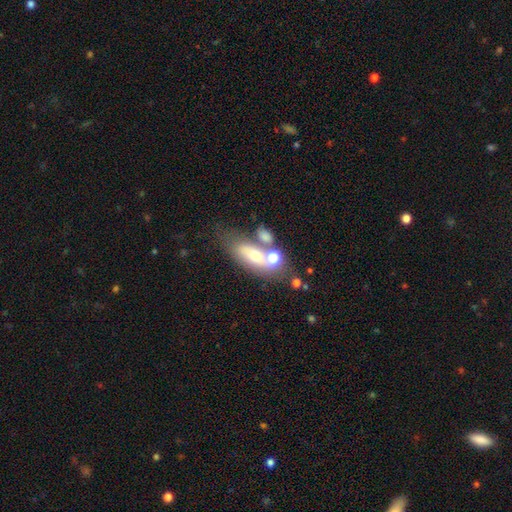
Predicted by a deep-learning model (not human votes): Overall: smooth (52%; featured or disk 35%). How rounded: in between (69%). Merging: none (37%; merger 36%).